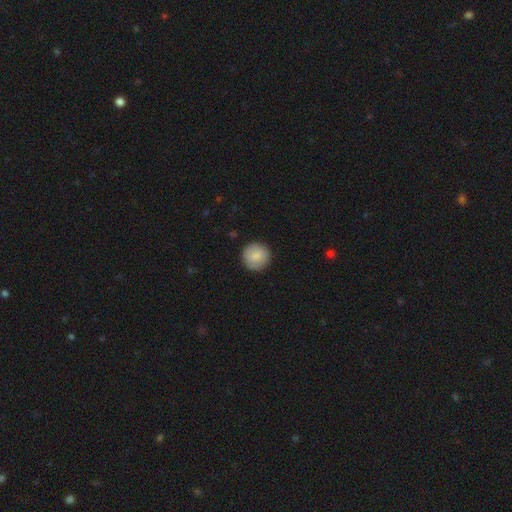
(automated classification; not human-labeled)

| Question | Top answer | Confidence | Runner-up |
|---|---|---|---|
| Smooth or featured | smooth | 86% | featured or disk (7%) |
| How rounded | round | 95% | in between (4%) |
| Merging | none | 91% | minor disturbance (6%) |